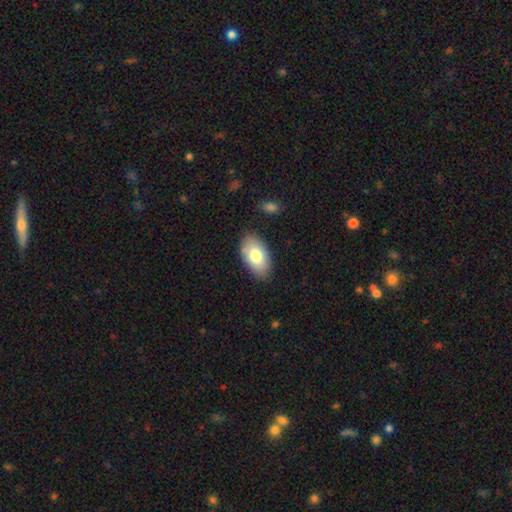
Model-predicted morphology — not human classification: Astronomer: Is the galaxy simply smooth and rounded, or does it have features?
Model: smooth — 76%.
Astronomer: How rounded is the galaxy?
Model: in between — 94%.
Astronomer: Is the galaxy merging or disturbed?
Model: none — 84%.